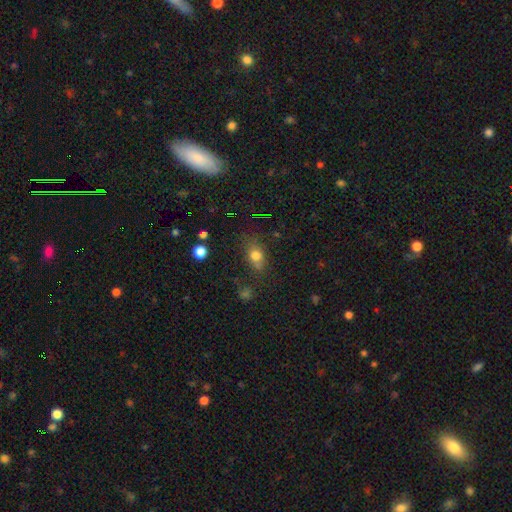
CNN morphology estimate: Q: Smooth or featured?
A: smooth (72%); runner-up: star or artifact (19%)
Q: How rounded?
A: in between (55%); runner-up: round (41%)
Q: Merging?
A: none (65%); runner-up: minor disturbance (19%)